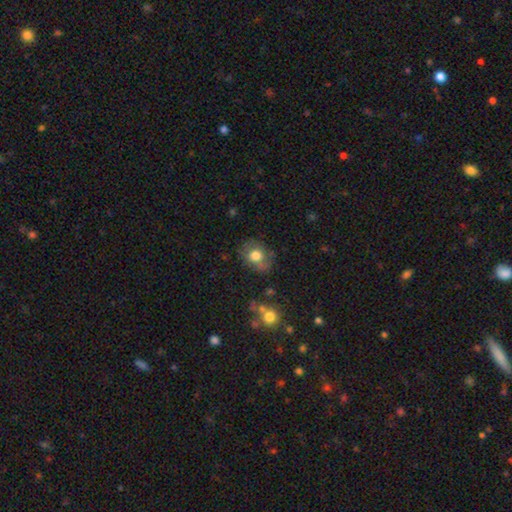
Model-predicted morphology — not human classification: Q: Smooth or featured?
A: smooth (69%); runner-up: featured or disk (22%)
Q: How rounded?
A: round (55%); runner-up: in between (44%)
Q: Merging?
A: none (67%); runner-up: minor disturbance (22%)